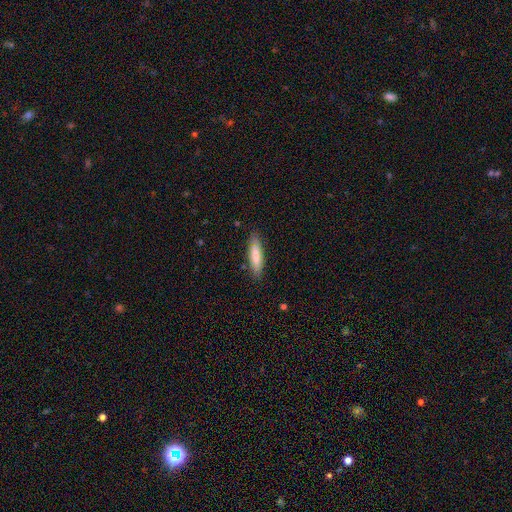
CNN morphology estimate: Smooth or featured? smooth (81%)
How rounded? cigar-shaped (68%)
Merging? none (85%)